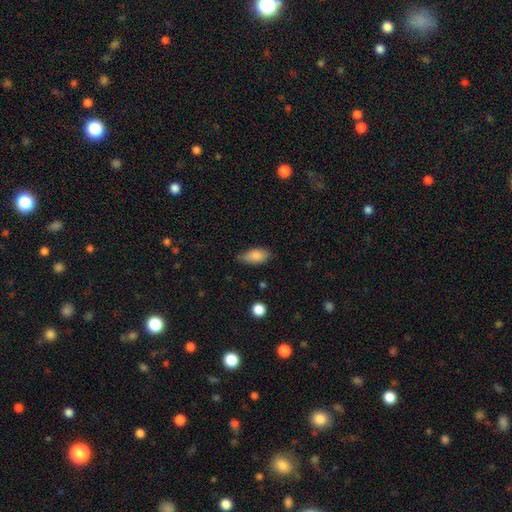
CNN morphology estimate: smooth-or-featured: smooth: 84% | featured or disk: 8% | star or artifact: 8%
  how-rounded: in between: 90% | cigar-shaped: 6% | round: 4%
  merging: none: 64% | minor disturbance: 29% | major disturbance: 5% | merger: 2%